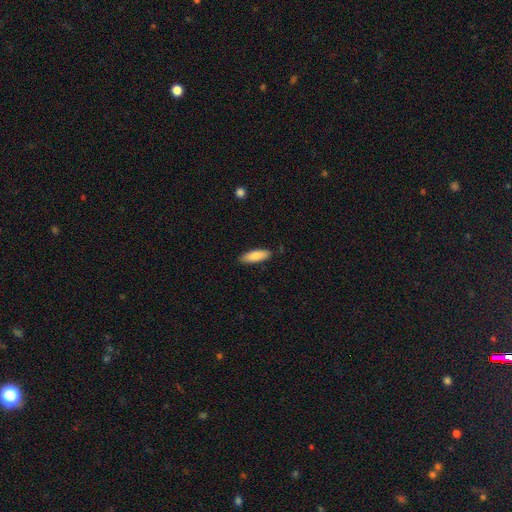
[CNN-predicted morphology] A smooth galaxy with no disk features (85%) that is in between round and cigar-shaped (59%). Merging: none (86%).